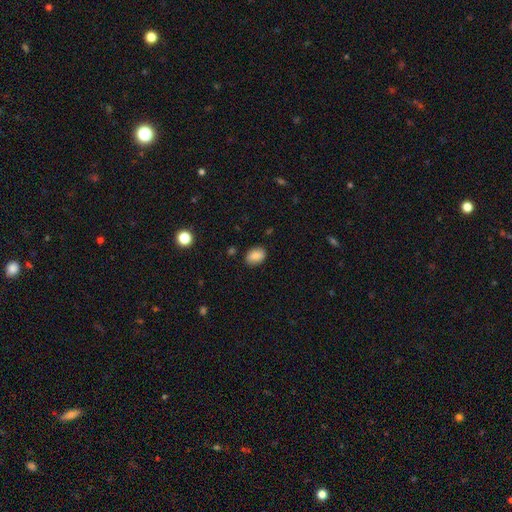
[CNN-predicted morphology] This appears to be a smooth galaxy with no disk features (86%) that is in between round and cigar-shaped (77%). Merging: none (85%).